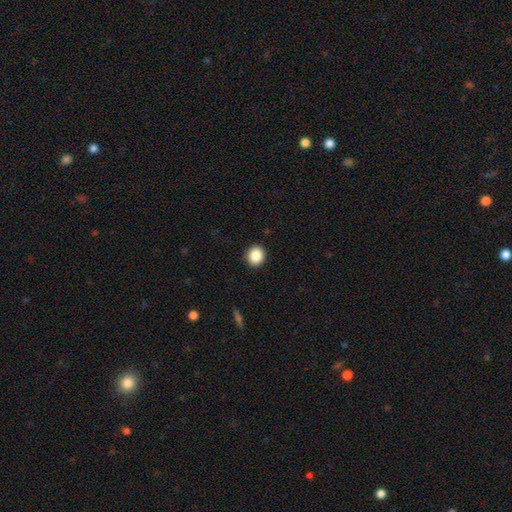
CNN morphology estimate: smooth_or_featured: smooth (p=0.87) [alt: star or artifact p=0.09]
how_rounded: round (p=0.83) [alt: in between p=0.16]
merging: none (p=0.91) [alt: minor disturbance p=0.06]